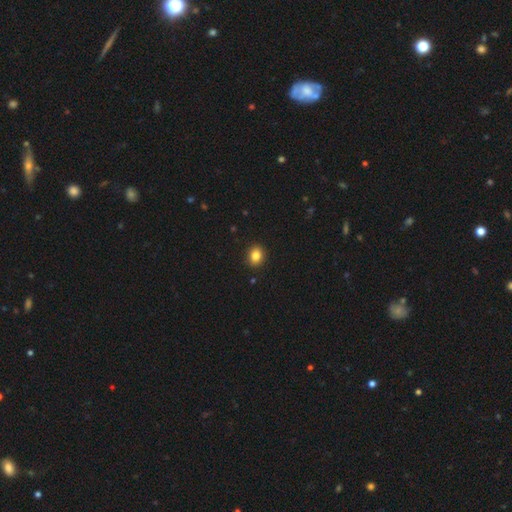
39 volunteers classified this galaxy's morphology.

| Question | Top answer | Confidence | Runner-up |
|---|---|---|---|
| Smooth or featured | smooth | 90% | featured or disk (5%) |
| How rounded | round | 57% | in between (43%) |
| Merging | none | 95% | minor disturbance (3%) |